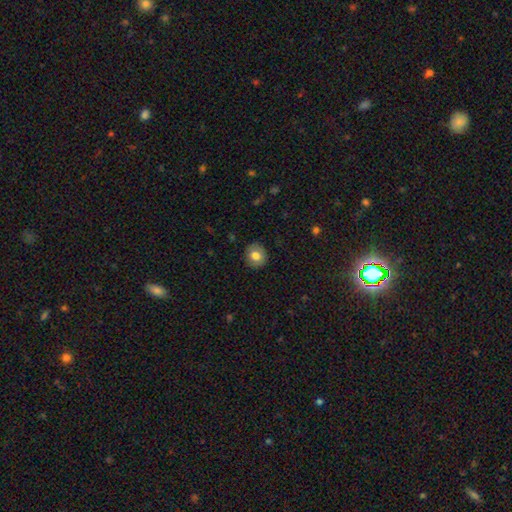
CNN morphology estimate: Smooth or featured?
  - smooth: 78% *
  - featured or disk: 13%
  - star or artifact: 9%
How rounded?
  - round: 84% *
  - in between: 15%
  - cigar-shaped: 1%
Merging?
  - none: 89% *
  - minor disturbance: 8%
  - major disturbance: 2%
  - merger: 1%